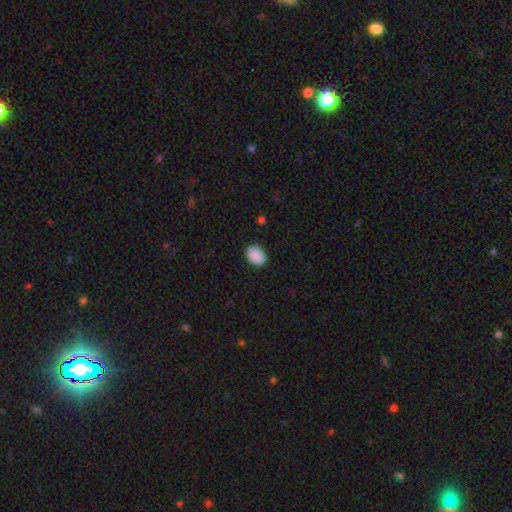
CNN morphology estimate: Smooth or featured? Predicted: smooth (p=0.90). How rounded? Predicted: in between (p=0.69). Merging? Predicted: none (p=0.86).